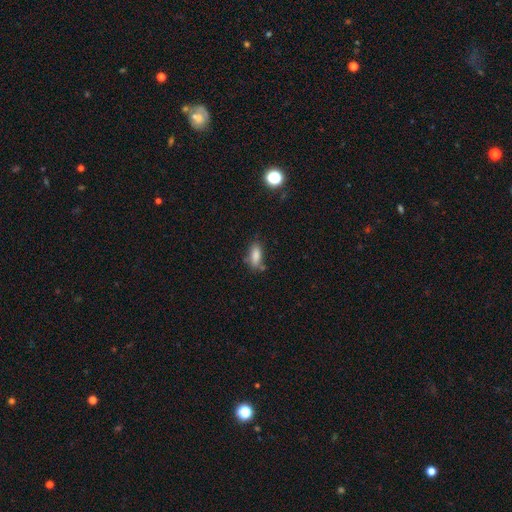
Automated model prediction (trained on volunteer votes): A smooth galaxy with no disk features (83%) that is in between round and cigar-shaped (81%). Merging: none (65%).